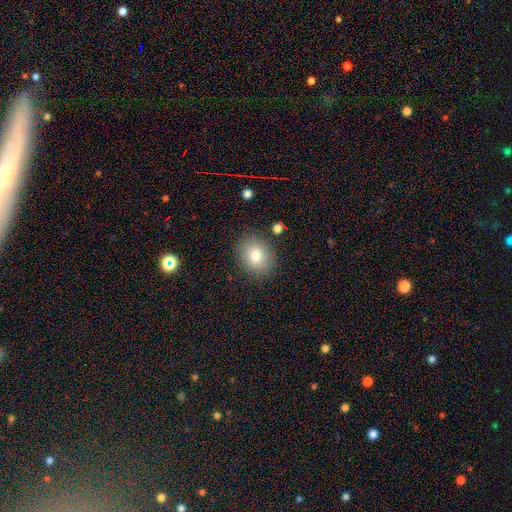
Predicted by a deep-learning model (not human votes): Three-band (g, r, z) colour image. It shows a smooth galaxy with no disk features (81%) that is round (56%). Merging: none (85%).